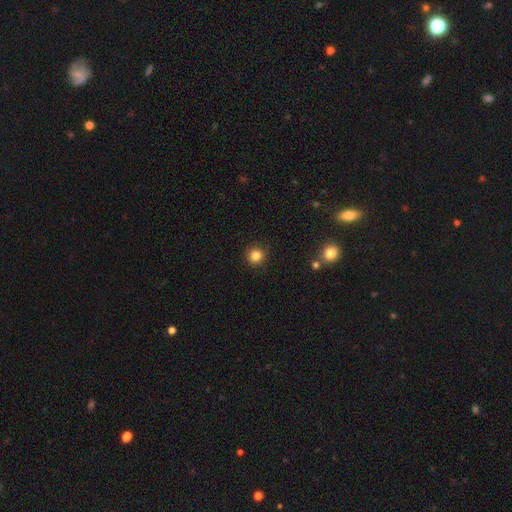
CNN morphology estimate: smooth 83%, star or artifact 12%, featured or disk 4%. Down the decision tree: how rounded — round (95%); merging — none (92%).